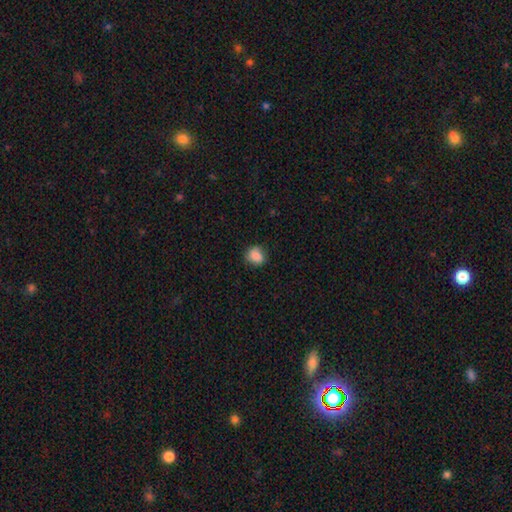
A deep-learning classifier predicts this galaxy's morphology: smooth 86%, star or artifact 9%, featured or disk 5%. Down the decision tree: how rounded — round (66%); merging — none (76%).